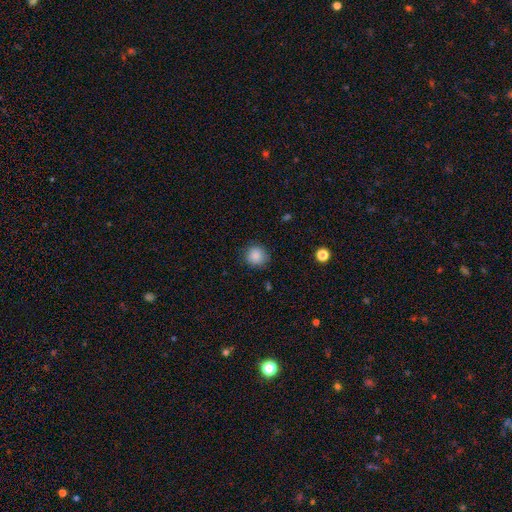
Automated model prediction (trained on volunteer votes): Smooth or featured?
  - smooth: 86% *
  - star or artifact: 9%
  - featured or disk: 4%
How rounded?
  - round: 91% *
  - in between: 8%
  - cigar-shaped: 1%
Merging?
  - none: 85% *
  - minor disturbance: 11%
  - major disturbance: 3%
  - merger: 1%